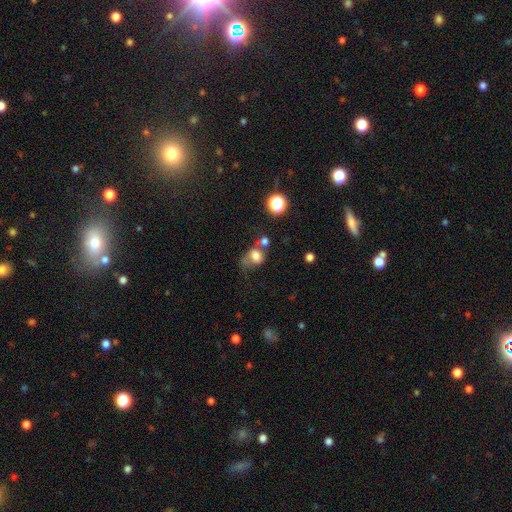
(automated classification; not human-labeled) This is likely a smooth galaxy (69%). How rounded: possibly round (51%). Merging: marginally major disturbance (30%).